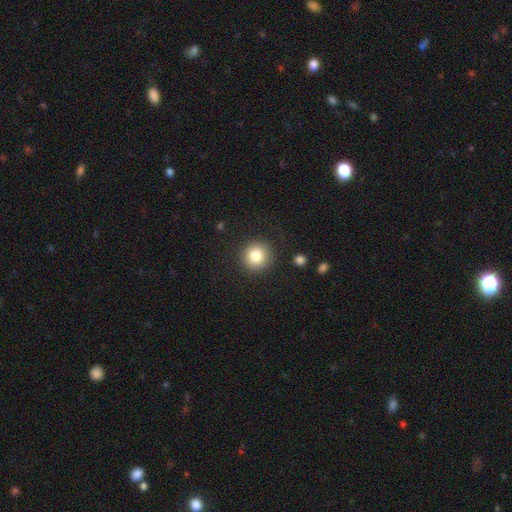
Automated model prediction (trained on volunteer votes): A smooth galaxy with no disk features (82%) that is round (93%). Merging: none (89%).